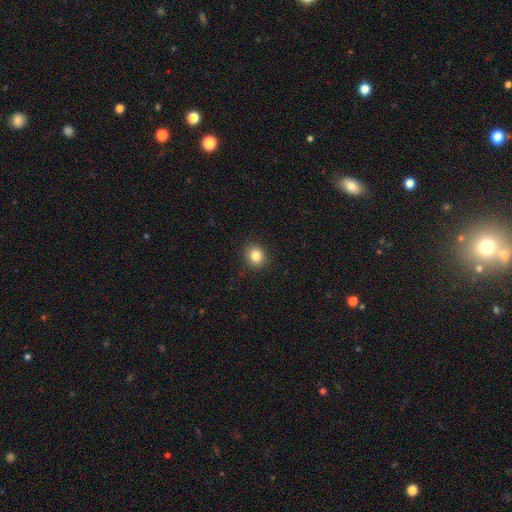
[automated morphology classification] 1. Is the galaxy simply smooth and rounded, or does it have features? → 83% smooth, 11% star or artifact, 6% featured or disk.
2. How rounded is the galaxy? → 73% round, 26% in between, 1% cigar-shaped.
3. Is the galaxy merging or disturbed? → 90% none, 7% minor disturbance, 2% major disturbance, 1% merger.